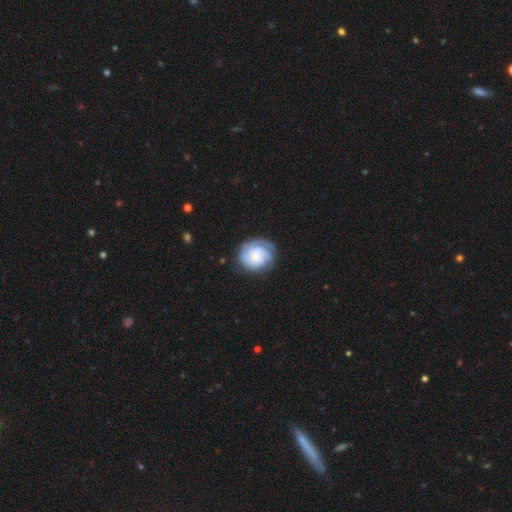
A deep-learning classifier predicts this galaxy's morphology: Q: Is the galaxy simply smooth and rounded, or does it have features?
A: featured or disk — 64%.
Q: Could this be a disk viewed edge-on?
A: no — 98%.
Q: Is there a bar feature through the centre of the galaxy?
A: no — 78%.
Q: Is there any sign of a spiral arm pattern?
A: yes — 91%.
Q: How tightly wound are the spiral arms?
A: tight — 67%.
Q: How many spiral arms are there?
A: can't tell — 38%.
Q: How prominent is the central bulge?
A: small — 59%.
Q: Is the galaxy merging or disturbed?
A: none — 67%.